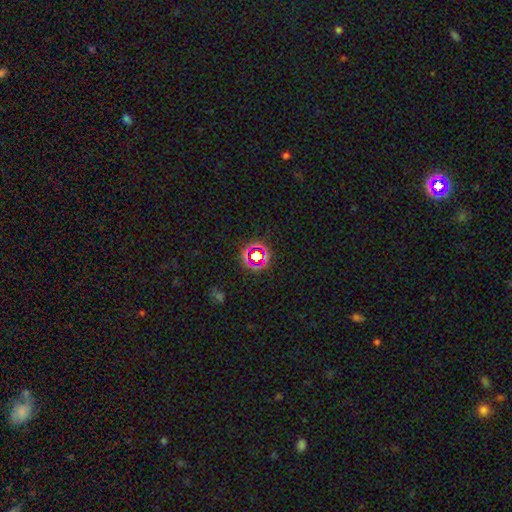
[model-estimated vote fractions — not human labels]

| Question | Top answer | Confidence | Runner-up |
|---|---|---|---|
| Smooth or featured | star or artifact | 64% | smooth (25%) |